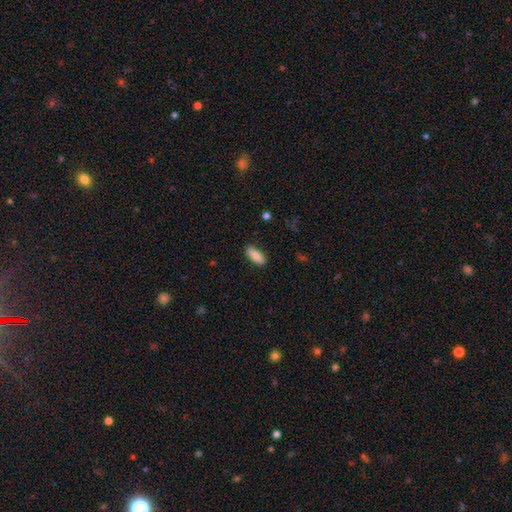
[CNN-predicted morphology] This is clearly a smooth galaxy (82%). How rounded: likely in between (76%). Merging: clearly none (86%).